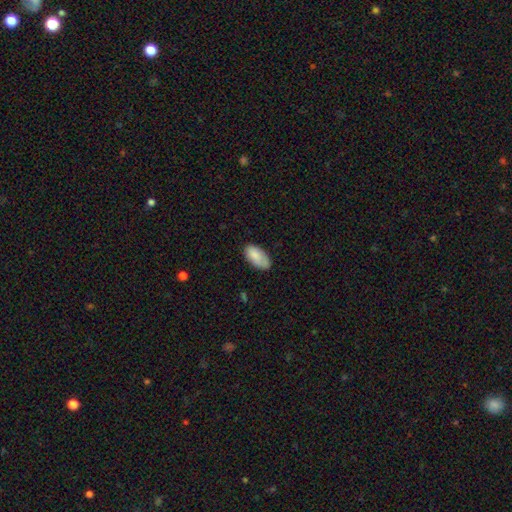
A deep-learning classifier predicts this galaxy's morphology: Q: Smooth or featured?
A: smooth (85%); runner-up: featured or disk (8%)
Q: How rounded?
A: in between (95%); runner-up: cigar-shaped (3%)
Q: Merging?
A: none (72%); runner-up: minor disturbance (22%)